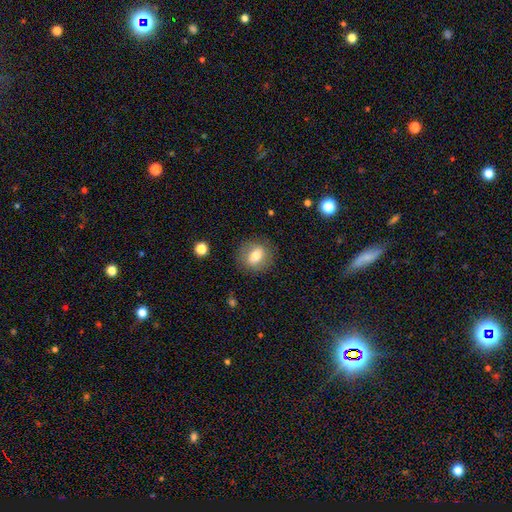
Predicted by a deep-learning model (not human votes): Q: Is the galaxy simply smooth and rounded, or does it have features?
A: smooth — 70%.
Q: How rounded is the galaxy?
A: round — 64%.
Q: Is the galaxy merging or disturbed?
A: none — 84%.